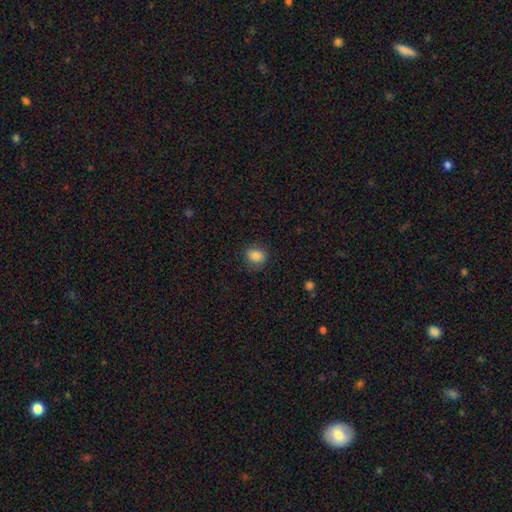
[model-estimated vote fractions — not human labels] Smooth or featured: smooth — 80% (featured or disk — 10%)
How rounded: round — 63% (in between — 35%)
Merging: none — 78% (minor disturbance — 16%)